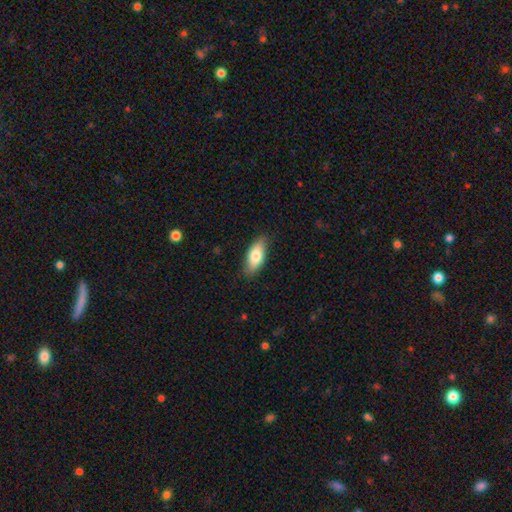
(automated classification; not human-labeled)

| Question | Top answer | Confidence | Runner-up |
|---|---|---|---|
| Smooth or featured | smooth | 76% | featured or disk (18%) |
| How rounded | in between | 80% | cigar-shaped (17%) |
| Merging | none | 85% | minor disturbance (12%) |